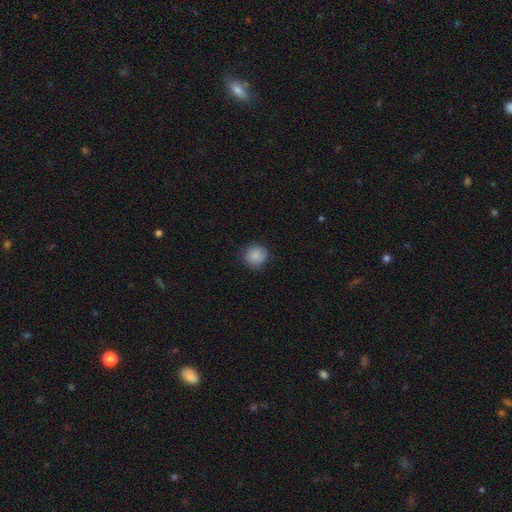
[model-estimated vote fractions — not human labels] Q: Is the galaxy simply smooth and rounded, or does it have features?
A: smooth — 87%.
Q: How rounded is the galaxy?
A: round — 91%.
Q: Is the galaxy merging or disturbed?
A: none — 85%.